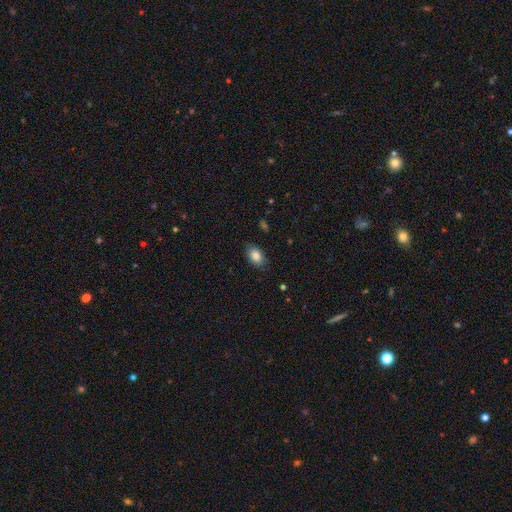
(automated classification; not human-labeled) Morphology: type=smooth (84%); roundness=in between (86%); merging=none (84%).